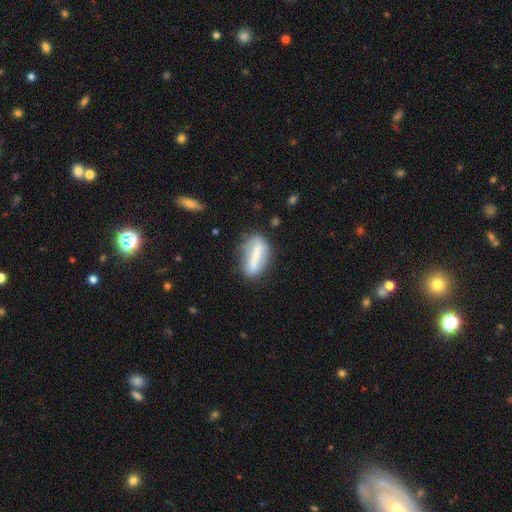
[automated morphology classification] The model was most divided on "smooth or featured": smooth: 53%, featured or disk: 39%, star or artifact: 8%. More confident: merging — none (69%); how rounded — in between (64%).